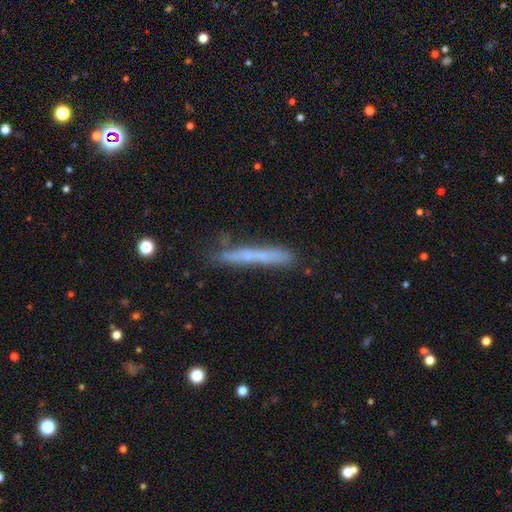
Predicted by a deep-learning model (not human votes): This is possibly a smooth galaxy (51%). How rounded: clearly cigar-shaped (96%). Merging: likely none (72%).